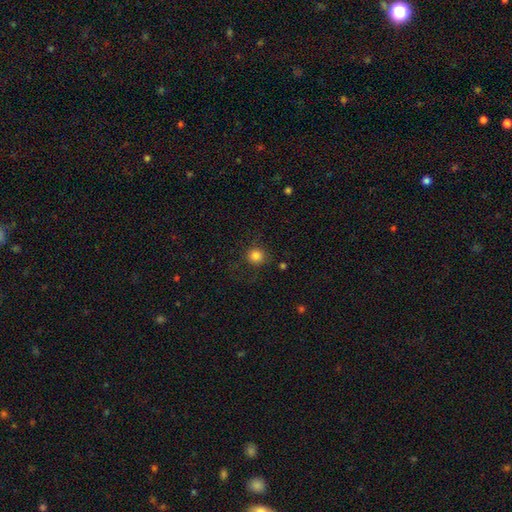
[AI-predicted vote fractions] A smooth galaxy with no disk features (83%) that is round (92%). Merging: none (84%).